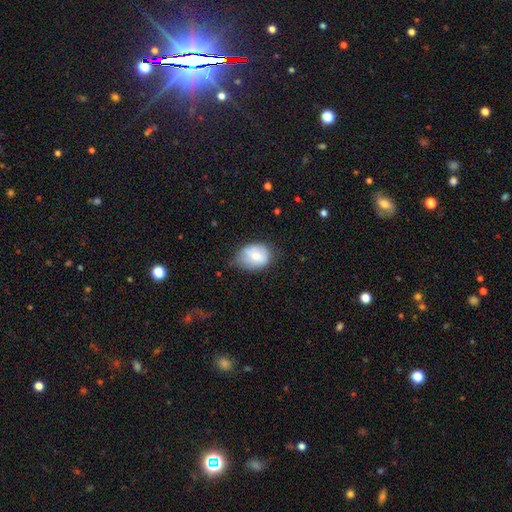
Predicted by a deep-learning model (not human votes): Morphology: type=smooth (69%); roundness=in between (60%); merging=none (56%).